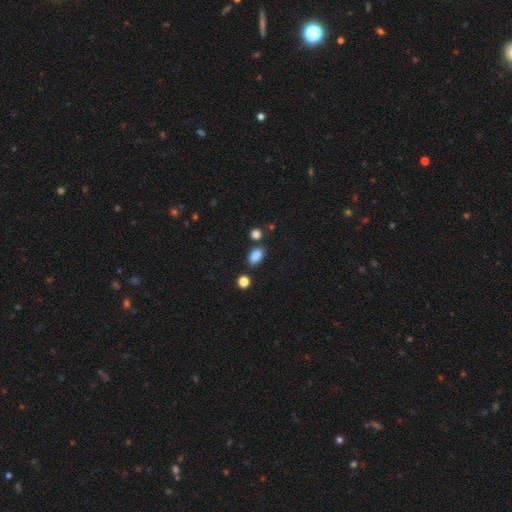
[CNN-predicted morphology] This appears to be a smooth galaxy with no disk features (86%) that is in between round and cigar-shaped (86%). Merging: none (77%).